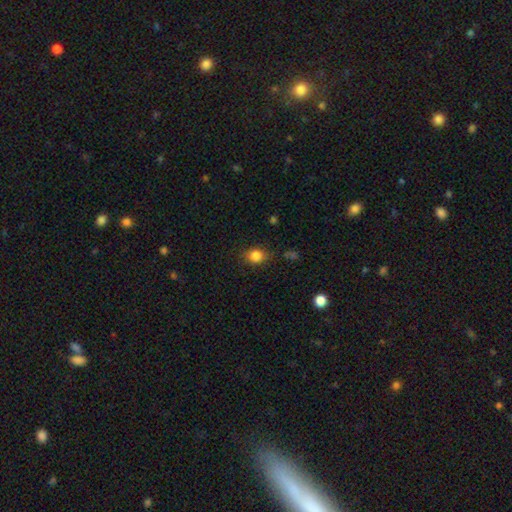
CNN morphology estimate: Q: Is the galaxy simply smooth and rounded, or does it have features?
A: smooth — 84%.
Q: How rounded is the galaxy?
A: round — 55%.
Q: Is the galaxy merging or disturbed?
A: none — 79%.